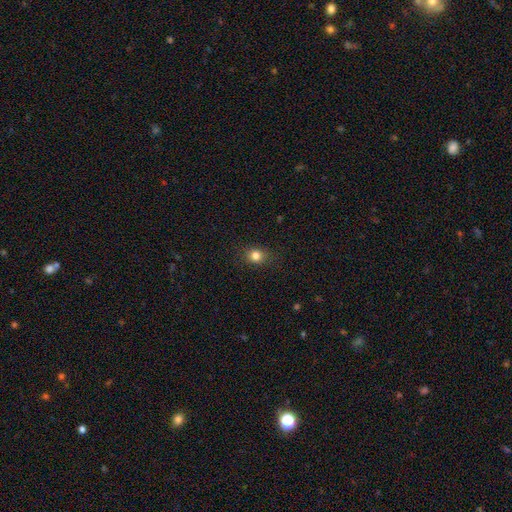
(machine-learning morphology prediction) Smooth or featured?
  - smooth: 82% *
  - star or artifact: 13%
  - featured or disk: 6%
How rounded?
  - round: 68% *
  - in between: 31%
  - cigar-shaped: 1%
Merging?
  - none: 85% *
  - minor disturbance: 11%
  - major disturbance: 3%
  - merger: 1%